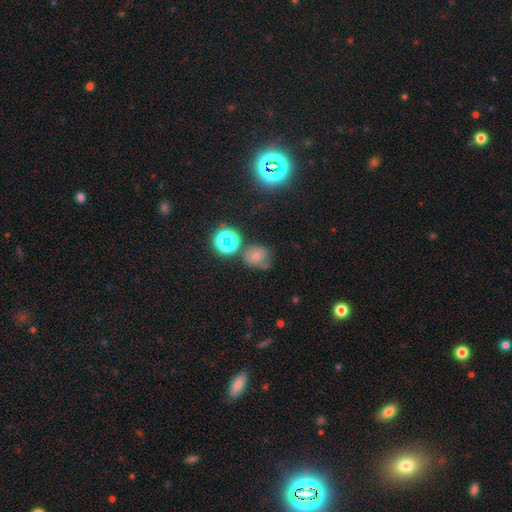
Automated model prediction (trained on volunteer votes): Q: Smooth or featured?
A: smooth (59%); runner-up: star or artifact (25%)
Q: How rounded?
A: round (72%); runner-up: in between (27%)
Q: Merging?
A: none (53%); runner-up: minor disturbance (25%)